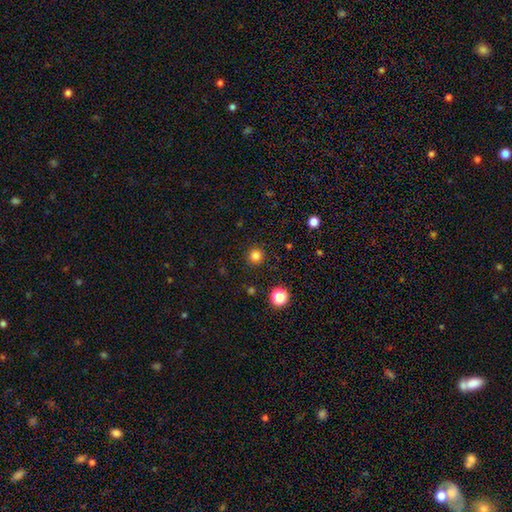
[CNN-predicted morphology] smooth_or_featured: smooth (p=0.82) [alt: star or artifact p=0.15]
how_rounded: round (p=0.95) [alt: in between p=0.04]
merging: none (p=0.91) [alt: minor disturbance p=0.06]